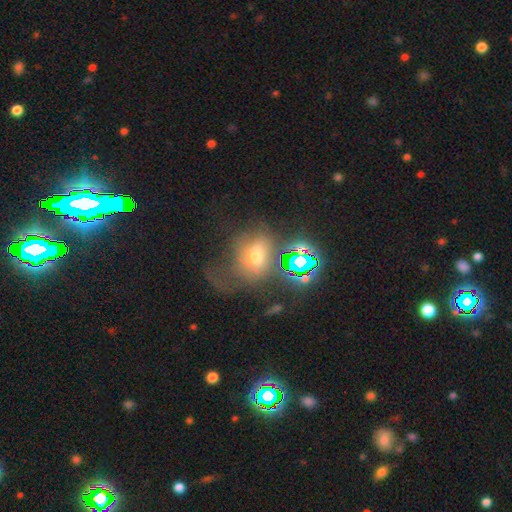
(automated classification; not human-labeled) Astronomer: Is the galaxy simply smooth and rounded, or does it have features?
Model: smooth — 44% (runner-up: star or artifact, 29%).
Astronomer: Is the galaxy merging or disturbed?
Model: major disturbance — 41% (runner-up: none, 30%).